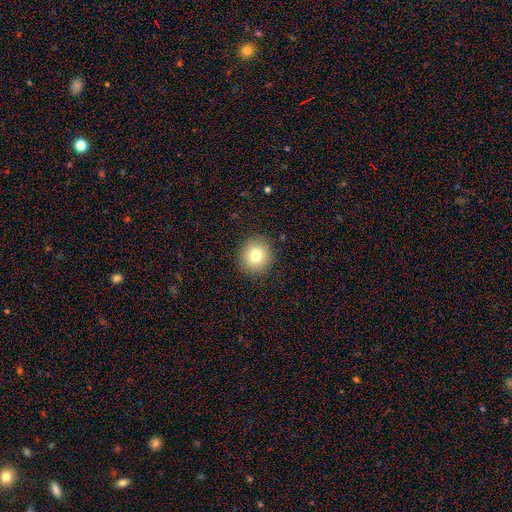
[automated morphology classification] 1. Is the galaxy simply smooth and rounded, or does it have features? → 78% smooth, 11% star or artifact, 10% featured or disk.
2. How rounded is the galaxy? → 91% round, 8% in between, 1% cigar-shaped.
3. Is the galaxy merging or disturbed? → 90% none, 7% minor disturbance, 2% major disturbance, 1% merger.